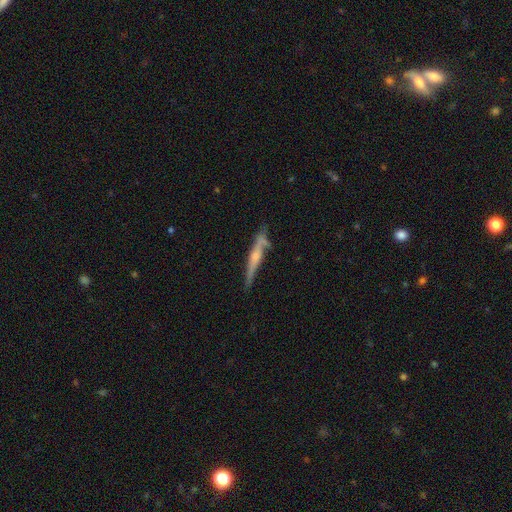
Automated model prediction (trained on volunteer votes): smooth-or-featured: featured or disk: 61% | smooth: 32% | star or artifact: 7%
  disk-edge-on: yes: 92% | no: 8%
    edge-on-bulge: rounded: 63% | none: 24% | boxy: 13%
  merging: none: 63% | minor disturbance: 24% | major disturbance: 7% | merger: 6%